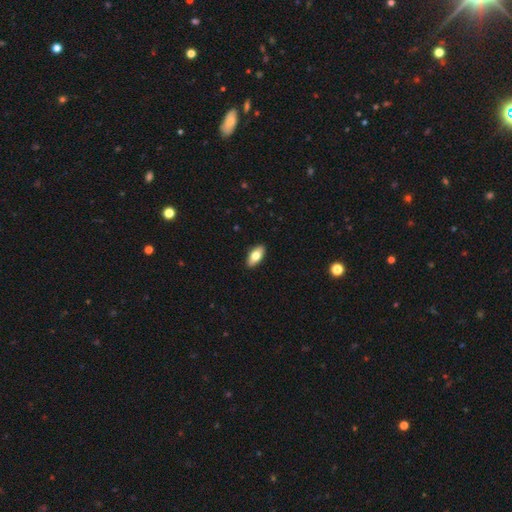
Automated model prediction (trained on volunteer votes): Smooth or featured?
  - smooth: 76% *
  - featured or disk: 18%
  - star or artifact: 6%
How rounded?
  - in between: 89% *
  - cigar-shaped: 8%
  - round: 3%
Merging?
  - none: 91% *
  - minor disturbance: 7%
  - major disturbance: 1%
  - merger: 1%